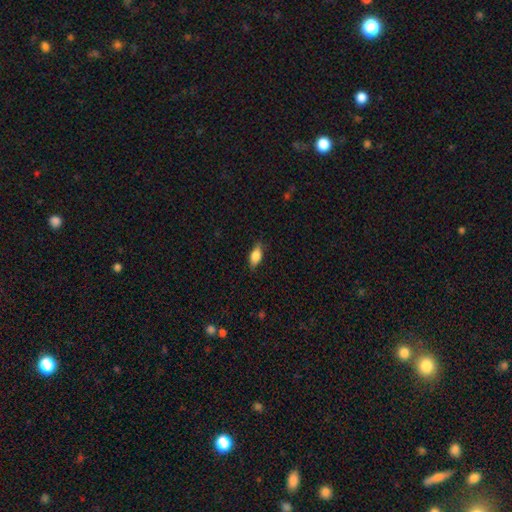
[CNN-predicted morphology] This appears to be a smooth galaxy with no disk features (80%) that is in between round and cigar-shaped (83%). Merging: none (80%).